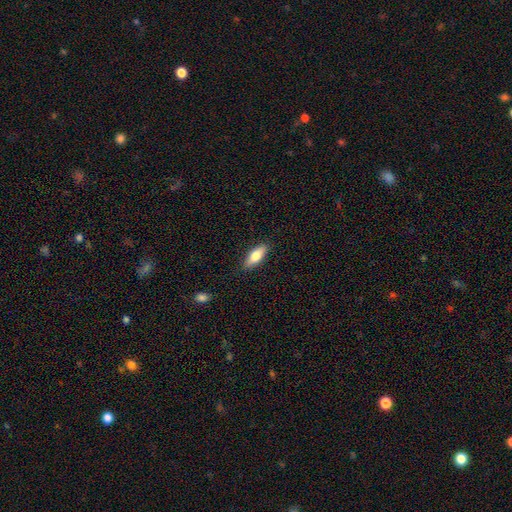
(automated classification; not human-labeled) smooth-or-featured: smooth: 73% | featured or disk: 21% | star or artifact: 6%
  how-rounded: in between: 68% | cigar-shaped: 30% | round: 2%
  merging: none: 87% | minor disturbance: 10% | major disturbance: 2% | merger: 1%